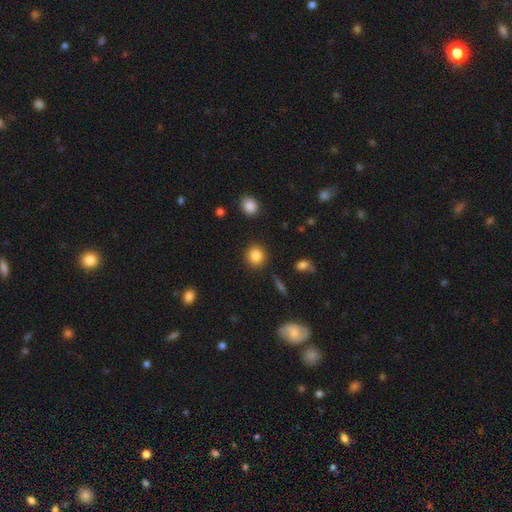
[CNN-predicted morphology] The model was most divided on "how rounded": round: 87%, in between: 12%, cigar-shaped: 1%. More confident: merging — none (90%); smooth or featured — smooth (86%).